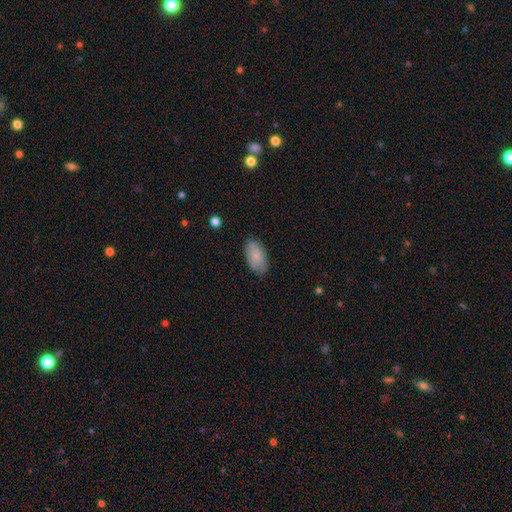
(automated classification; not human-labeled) Morphology: type=smooth (82%); roundness=in between (94%); merging=none (82%).